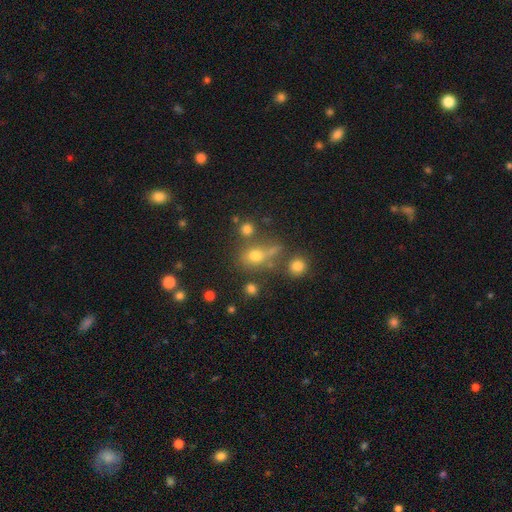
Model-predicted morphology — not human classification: Smooth or featured: smooth — 62% (star or artifact — 23%)
How rounded: round — 63% (in between — 33%)
Merging: none — 57% (merger — 20%)